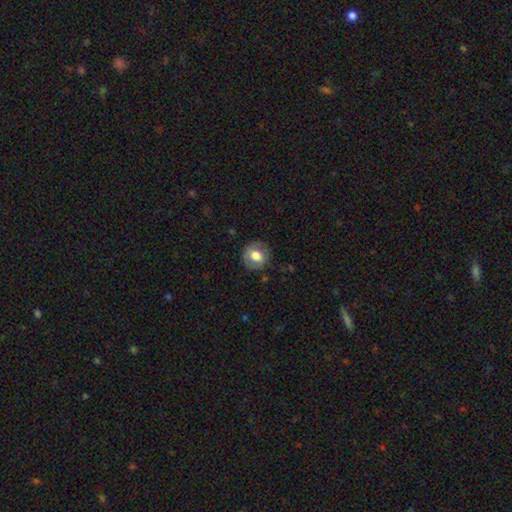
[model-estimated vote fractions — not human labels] Morphology: type=smooth (69%); roundness=round (84%); merging=none (81%).